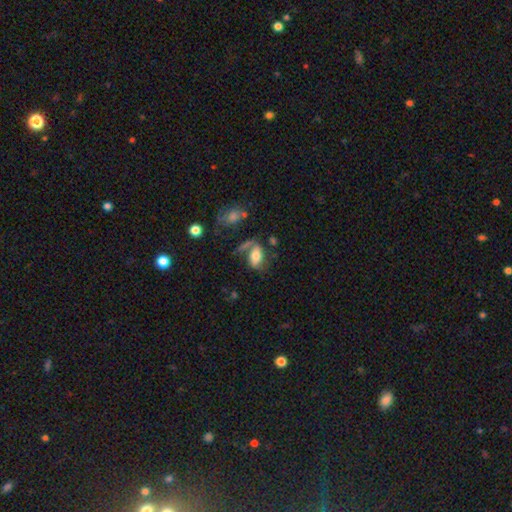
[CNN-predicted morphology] A smooth galaxy with no disk features (65%) that is in between round and cigar-shaped (88%). Merging: none (45%).